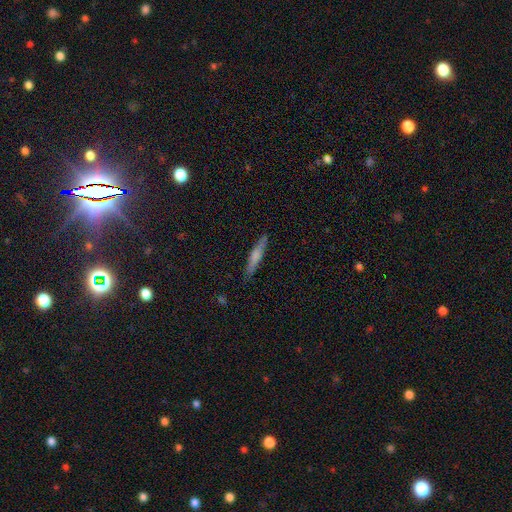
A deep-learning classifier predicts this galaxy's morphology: This appears to be a smooth galaxy with no disk features (63%) that is cigar-shaped (92%). Merging: none (87%).